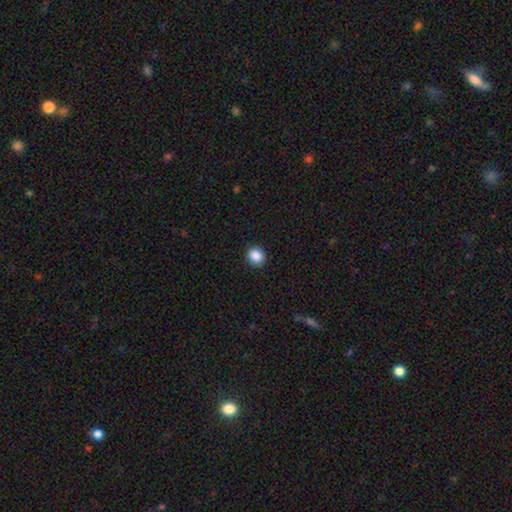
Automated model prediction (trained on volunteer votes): Morphology: type=smooth (88%); roundness=round (74%); merging=none (90%).